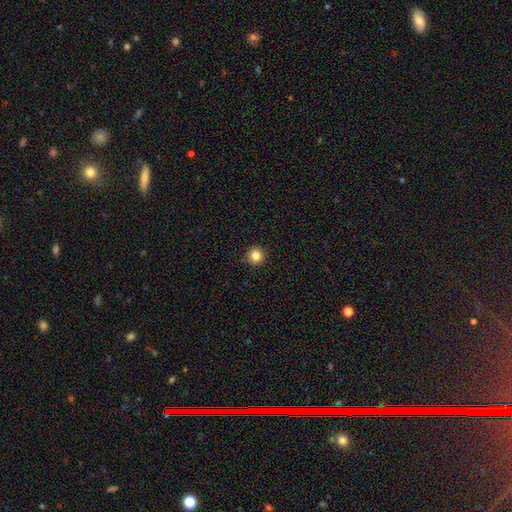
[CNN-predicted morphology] Smooth or featured? smooth (84%)
How rounded? round (95%)
Merging? none (93%)